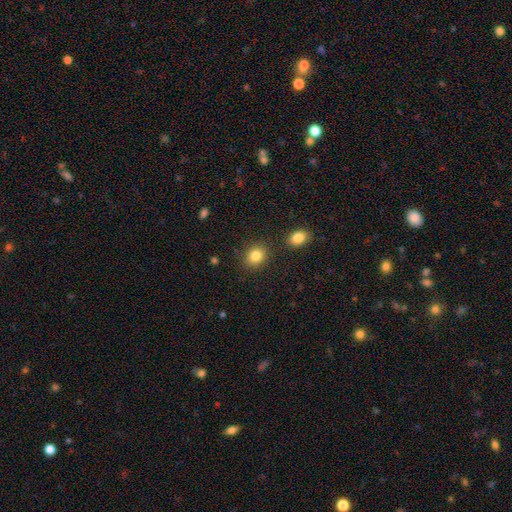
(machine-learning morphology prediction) A smooth galaxy with no disk features (84%) that is round (62%).

Vote fractions:
- Smooth or featured? smooth: 84% / star or artifact: 10% / featured or disk: 6%
- How rounded? round: 62% / in between: 37% / cigar-shaped: 1%
- Merging? none: 84% / minor disturbance: 9% / merger: 4% / major disturbance: 3%